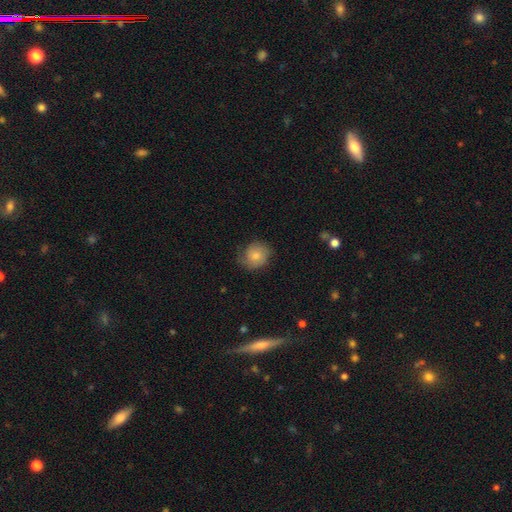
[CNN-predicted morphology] Overall: smooth (69%). How rounded: round (78%). Merging: none (69%).